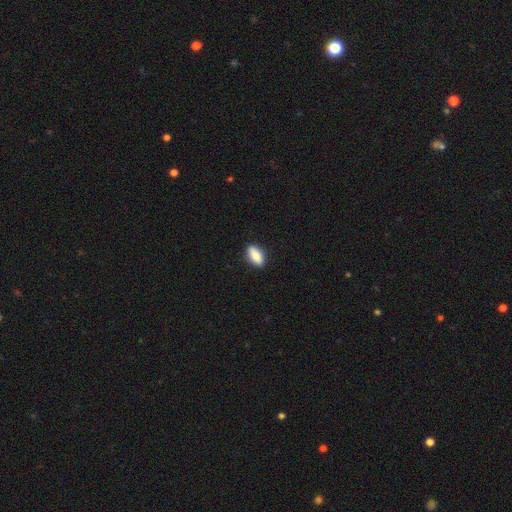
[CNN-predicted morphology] This is clearly a smooth galaxy (85%). How rounded: clearly in between (86%). Merging: clearly none (88%).